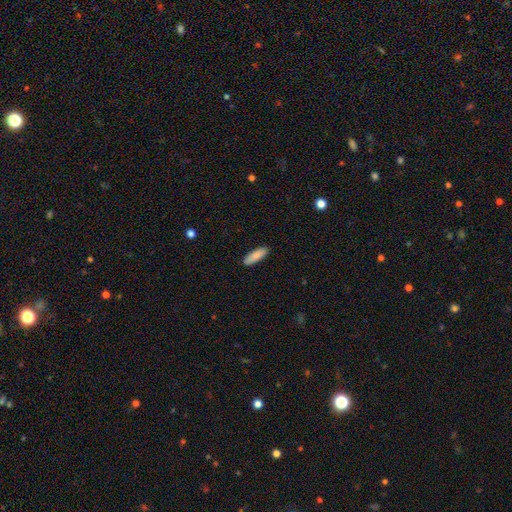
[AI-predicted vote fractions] Morphology: type=smooth (85%); roundness=cigar-shaped (50%); merging=none (89%).